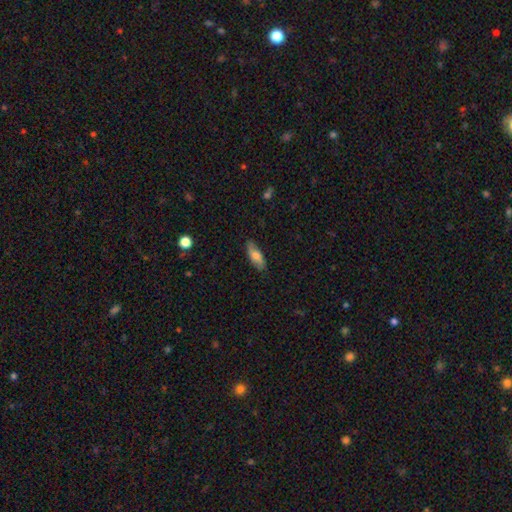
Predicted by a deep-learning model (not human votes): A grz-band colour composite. It shows a smooth galaxy with no disk features (69%) that is in between round and cigar-shaped (70%). Merging: none (82%).